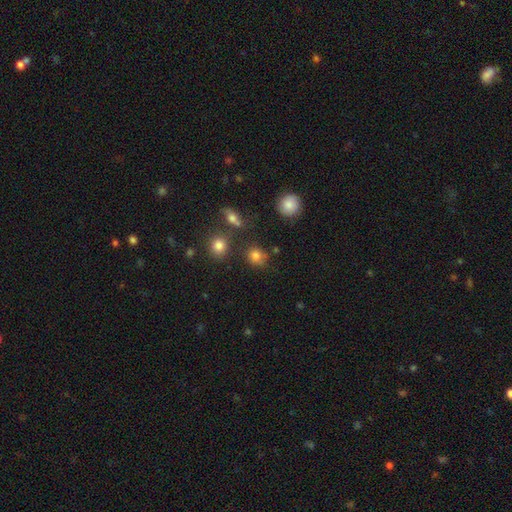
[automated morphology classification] A smooth galaxy with no disk features (80%) that is round (79%).

Vote fractions:
- Smooth or featured? smooth: 80% / star or artifact: 13% / featured or disk: 7%
- How rounded? round: 79% / in between: 20% / cigar-shaped: 1%
- Merging? none: 76% / minor disturbance: 13% / merger: 7% / major disturbance: 4%